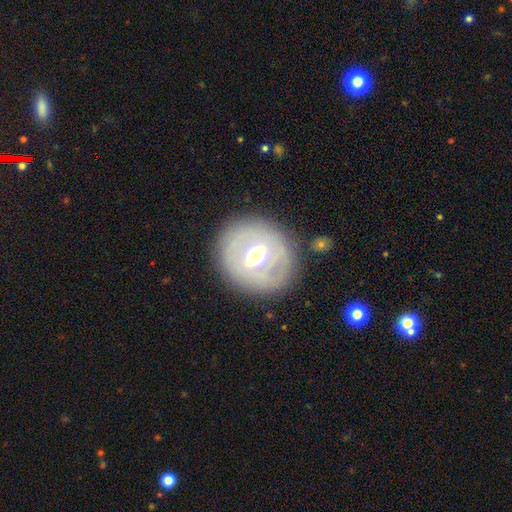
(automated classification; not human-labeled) Overall: featured or disk (68%). Edge-on disk: no (90%). Bar: strong (45%; weak 41%). Spiral arms: no (69%; yes 31%). Bulge size: moderate (69%). Merging: none (80%).